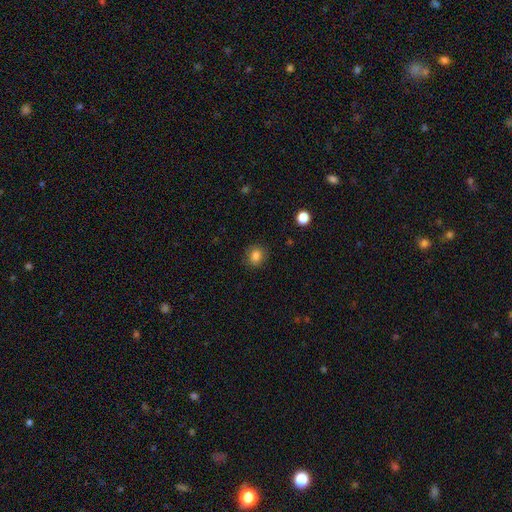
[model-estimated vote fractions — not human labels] smooth 84%, star or artifact 11%, featured or disk 5%. Down the decision tree: how rounded — round (70%); merging — none (85%).